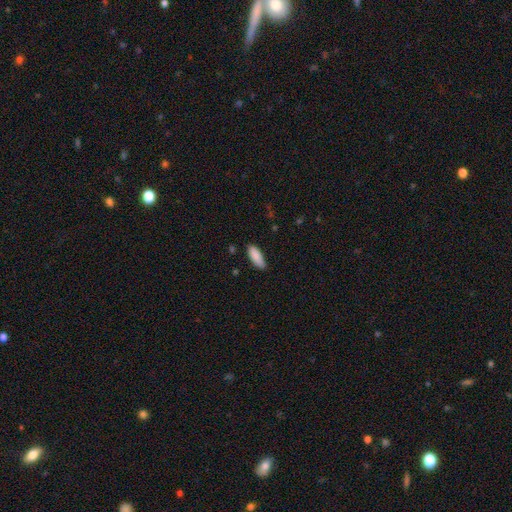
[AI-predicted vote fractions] This is clearly a smooth galaxy (89%). How rounded: likely in between (72%). Merging: clearly none (81%).